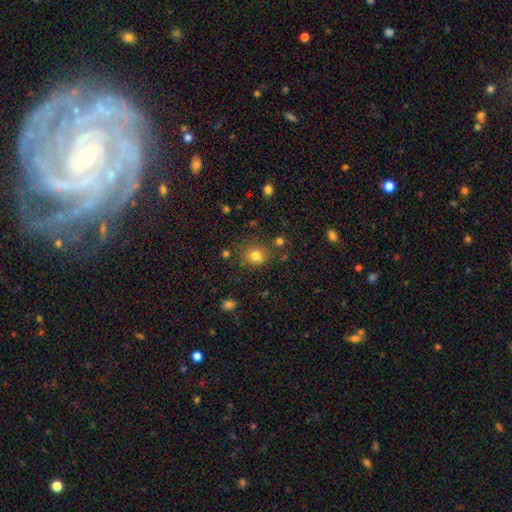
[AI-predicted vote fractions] The model was most divided on "how rounded": round: 77%, in between: 22%, cigar-shaped: 1%. More confident: smooth or featured — smooth (79%); merging — none (77%).